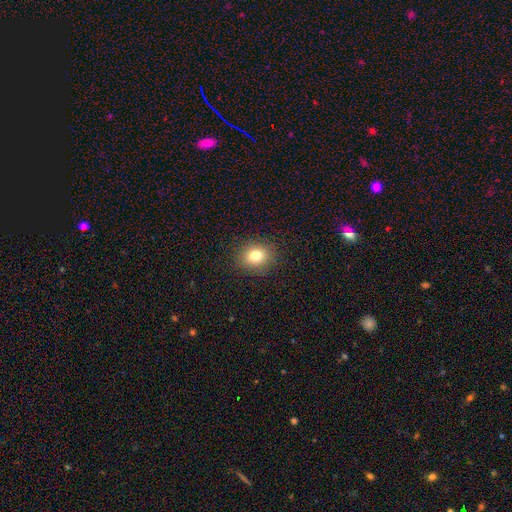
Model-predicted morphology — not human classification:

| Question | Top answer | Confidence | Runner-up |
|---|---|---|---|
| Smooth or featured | smooth | 79% | star or artifact (12%) |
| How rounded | round | 61% | in between (38%) |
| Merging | none | 89% | minor disturbance (8%) |